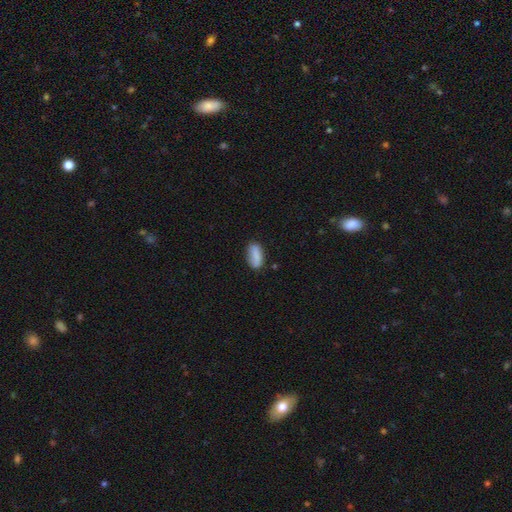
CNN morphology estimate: Smooth or featured?
  - smooth: 84% *
  - featured or disk: 9%
  - star or artifact: 7%
How rounded?
  - in between: 81% *
  - cigar-shaped: 16%
  - round: 3%
Merging?
  - none: 76% *
  - minor disturbance: 18%
  - major disturbance: 4%
  - merger: 3%